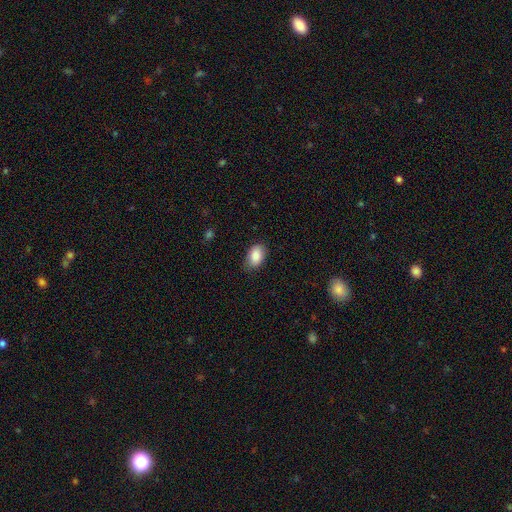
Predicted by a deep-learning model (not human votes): The model was most divided on "merging": none: 80%, minor disturbance: 16%, major disturbance: 3%, merger: 1%. More confident: how rounded — in between (90%); smooth or featured — smooth (88%).